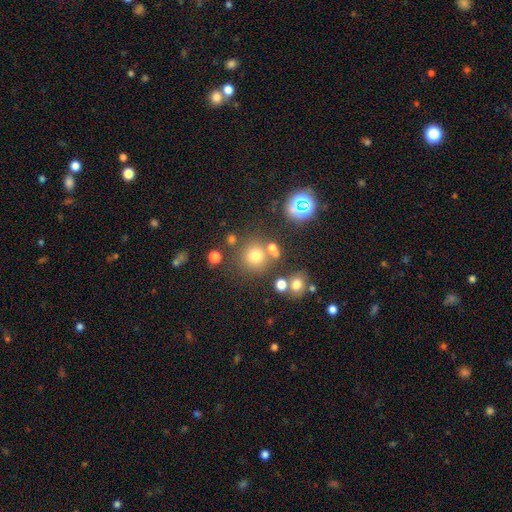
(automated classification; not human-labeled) Smooth or featured?
  - smooth: 69% *
  - star or artifact: 22%
  - featured or disk: 9%
How rounded?
  - round: 90% *
  - in between: 9%
  - cigar-shaped: 1%
Merging?
  - none: 72% *
  - merger: 14%
  - minor disturbance: 10%
  - major disturbance: 5%